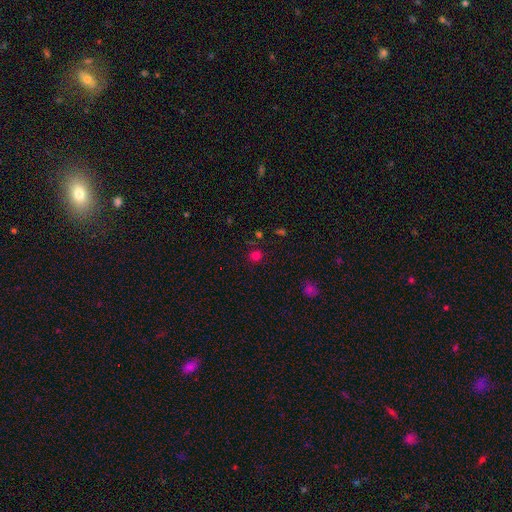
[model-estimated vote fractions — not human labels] A smooth galaxy with no disk features (71%) that is round (89%).

Vote fractions:
- Smooth or featured? smooth: 71% / star or artifact: 23% / featured or disk: 6%
- How rounded? round: 89% / in between: 10% / cigar-shaped: 1%
- Merging? none: 83% / minor disturbance: 10% / merger: 4% / major disturbance: 3%